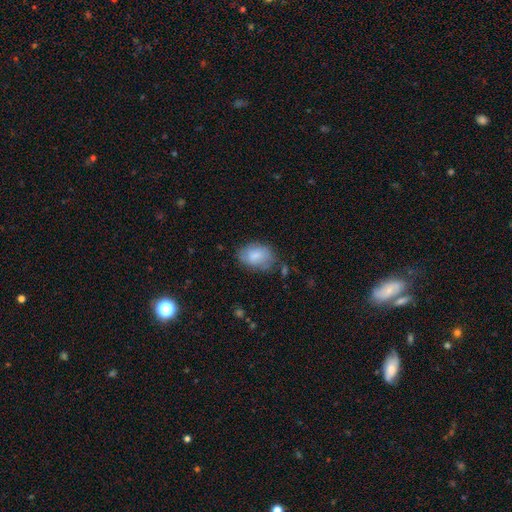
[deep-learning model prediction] A smooth galaxy with no disk features (81%) that is in between round and cigar-shaped (83%). Merging: none (65%).